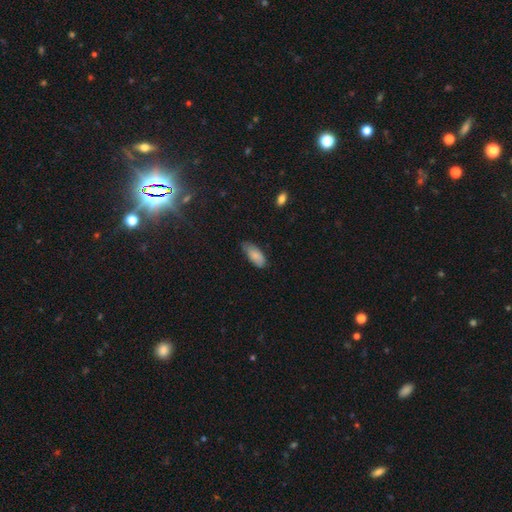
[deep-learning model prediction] Q: Smooth or featured?
A: smooth (82%); runner-up: featured or disk (12%)
Q: How rounded?
A: in between (86%); runner-up: cigar-shaped (13%)
Q: Merging?
A: none (59%); runner-up: minor disturbance (34%)